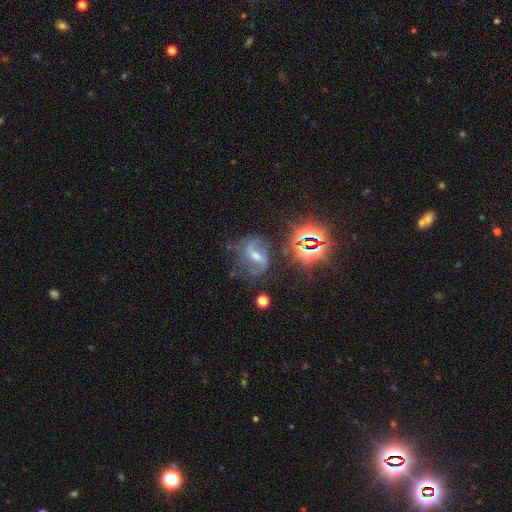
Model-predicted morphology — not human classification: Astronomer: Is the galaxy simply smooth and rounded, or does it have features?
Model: featured or disk — 65%.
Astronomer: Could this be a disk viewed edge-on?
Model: no — 95%.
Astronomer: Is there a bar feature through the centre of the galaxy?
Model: strong — 45% (runner-up: weak, 40%).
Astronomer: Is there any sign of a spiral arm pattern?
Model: yes — 88%.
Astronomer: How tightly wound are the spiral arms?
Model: medium — 44% (runner-up: loose, 38%).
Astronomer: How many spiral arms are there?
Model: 2 — 79%.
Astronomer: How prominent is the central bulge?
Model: small — 49% (runner-up: moderate, 41%).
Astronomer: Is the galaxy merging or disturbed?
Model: none — 65%.